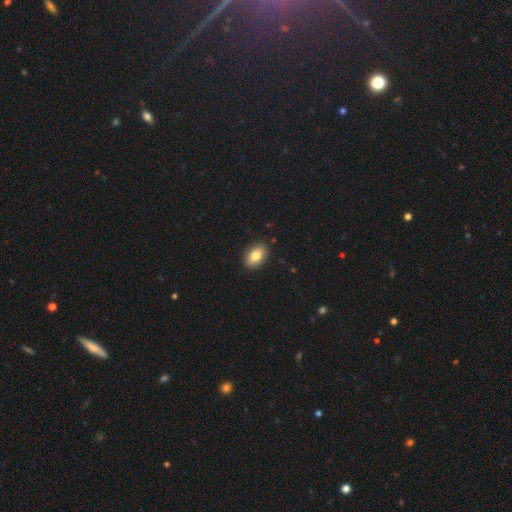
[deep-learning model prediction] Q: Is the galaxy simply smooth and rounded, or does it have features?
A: smooth — 82%.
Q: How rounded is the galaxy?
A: in between — 88%.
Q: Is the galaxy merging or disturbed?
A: none — 89%.